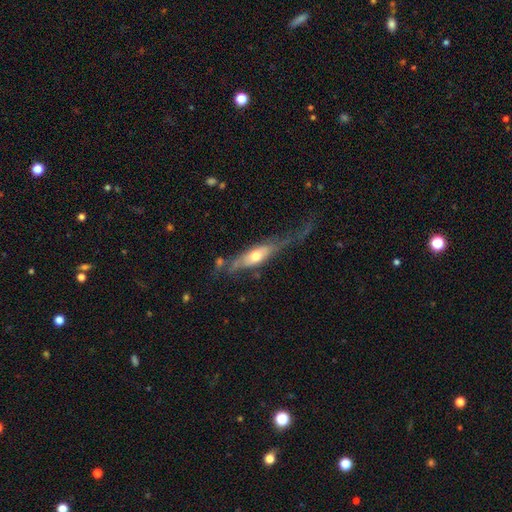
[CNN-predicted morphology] Smooth or featured? featured or disk (57%)
Edge-on disk? yes (55%)
Merging? major disturbance (38%)